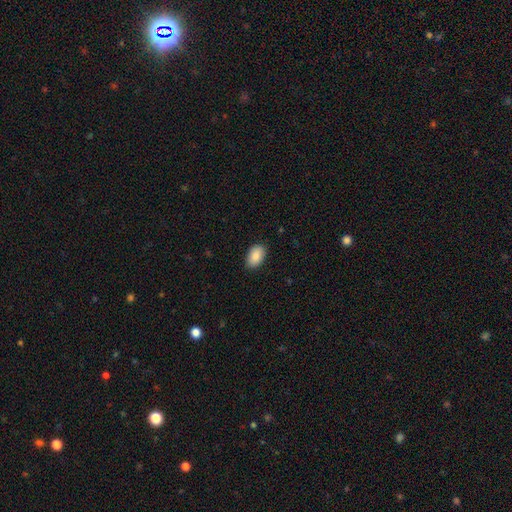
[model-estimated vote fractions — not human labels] A smooth galaxy with no disk features (89%) that is in between round and cigar-shaped (92%). Merging: none (87%).